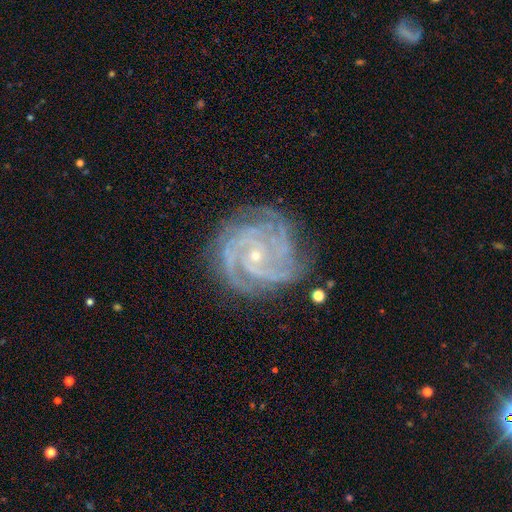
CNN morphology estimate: Smooth or featured: featured or disk — 90% (star or artifact — 6%)
Edge-on disk: no — 98% (yes — 2%)
Bar: no — 72% (weak — 20%)
Spiral arms: yes — 98% (no — 2%)
Spiral winding: tight — 72% (medium — 25%)
Spiral arm count: 3 — 32% (4 — 30%)
Bulge size: small — 83% (moderate — 13%)
Merging: none — 75% (minor disturbance — 17%)